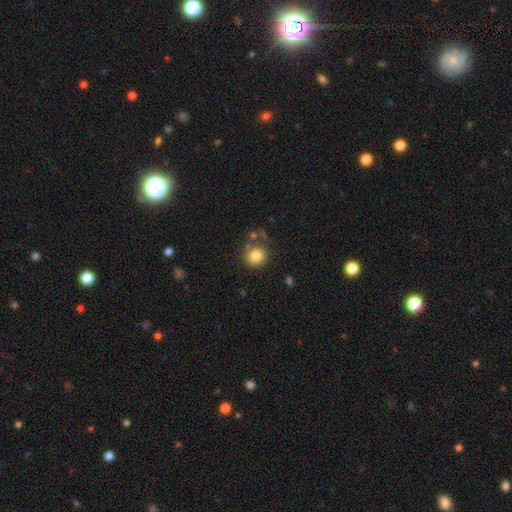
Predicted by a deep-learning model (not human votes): A smooth galaxy with no disk features (82%) that is round (89%).

Vote fractions:
- Smooth or featured? smooth: 82% / star or artifact: 10% / featured or disk: 8%
- How rounded? round: 89% / in between: 10% / cigar-shaped: 1%
- Merging? none: 70% / minor disturbance: 14% / merger: 10% / major disturbance: 6%